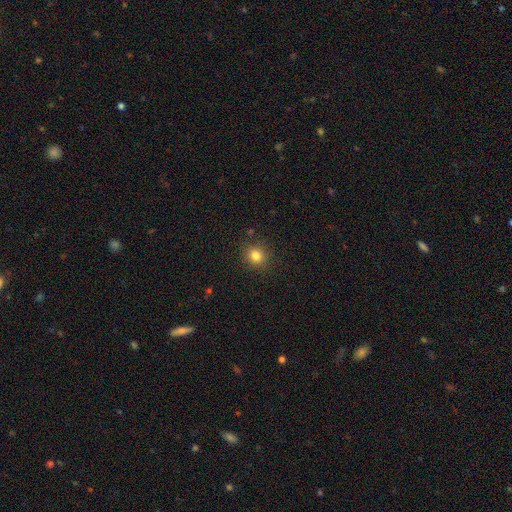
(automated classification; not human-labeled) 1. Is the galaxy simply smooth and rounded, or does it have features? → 82% smooth, 13% star or artifact, 5% featured or disk.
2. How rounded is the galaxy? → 83% round, 16% in between, 1% cigar-shaped.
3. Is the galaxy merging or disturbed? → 88% none, 8% minor disturbance, 3% major disturbance, 1% merger.